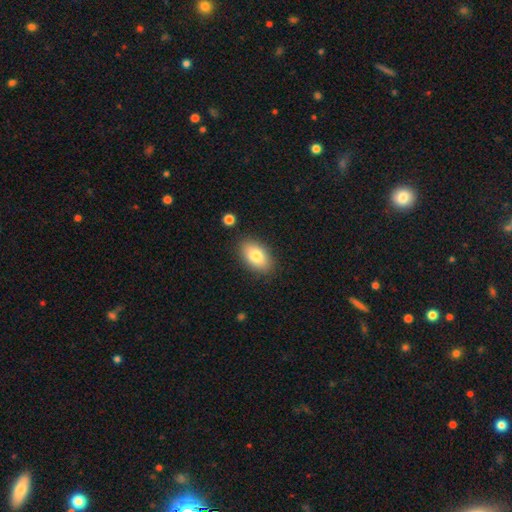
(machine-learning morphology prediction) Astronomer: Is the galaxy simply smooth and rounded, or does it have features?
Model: smooth — 80%.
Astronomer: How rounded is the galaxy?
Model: in between — 91%.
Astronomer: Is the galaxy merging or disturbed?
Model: none — 86%.